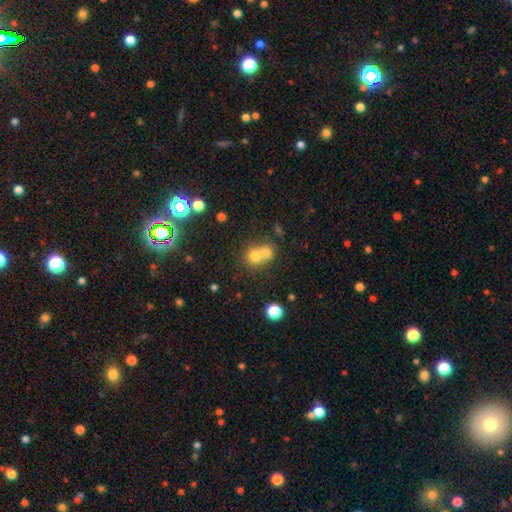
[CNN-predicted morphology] smooth 68%, featured or disk 17%, star or artifact 15%. Down the decision tree: how rounded — round (76%); merging — merger (63%).